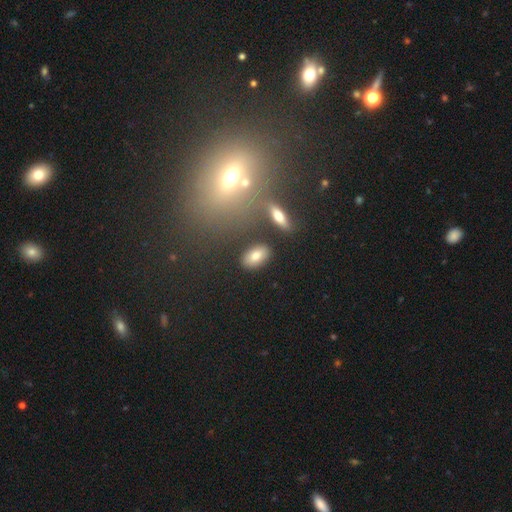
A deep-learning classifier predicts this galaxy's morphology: Smooth or featured?
  - smooth: 77% *
  - featured or disk: 13%
  - star or artifact: 9%
How rounded?
  - in between: 90% *
  - round: 7%
  - cigar-shaped: 4%
Merging?
  - none: 84% *
  - minor disturbance: 9%
  - merger: 4%
  - major disturbance: 3%